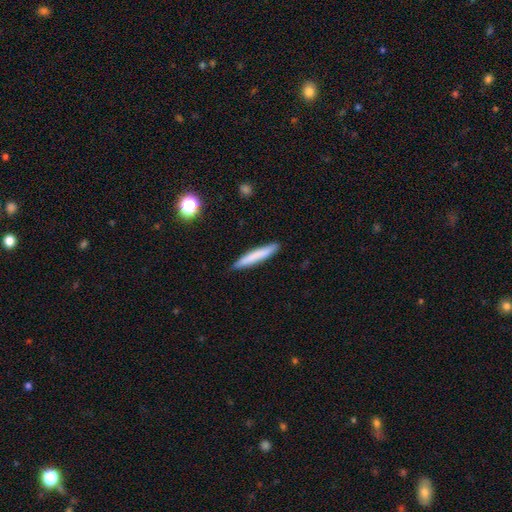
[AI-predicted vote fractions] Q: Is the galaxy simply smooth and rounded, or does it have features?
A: smooth — 75%.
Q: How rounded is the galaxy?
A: cigar-shaped — 94%.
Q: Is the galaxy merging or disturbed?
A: none — 89%.